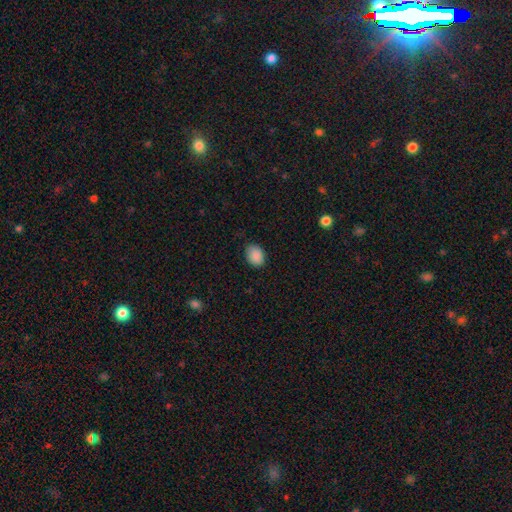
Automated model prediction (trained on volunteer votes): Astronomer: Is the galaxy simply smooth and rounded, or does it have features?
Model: smooth — 89%.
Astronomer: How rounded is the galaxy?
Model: in between — 67%.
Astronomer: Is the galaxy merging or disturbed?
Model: none — 79%.